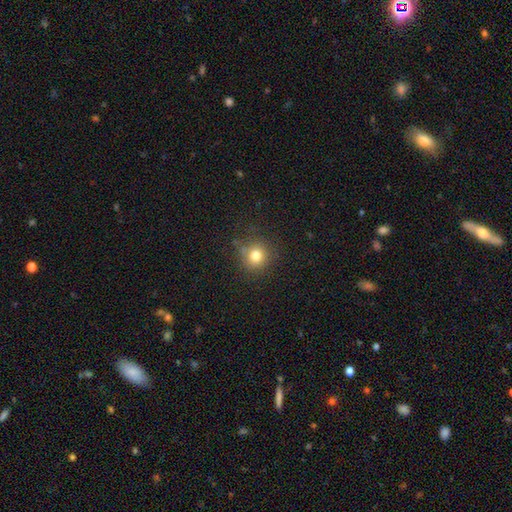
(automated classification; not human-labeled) Overall: smooth (78%). How rounded: round (90%). Merging: none (80%).